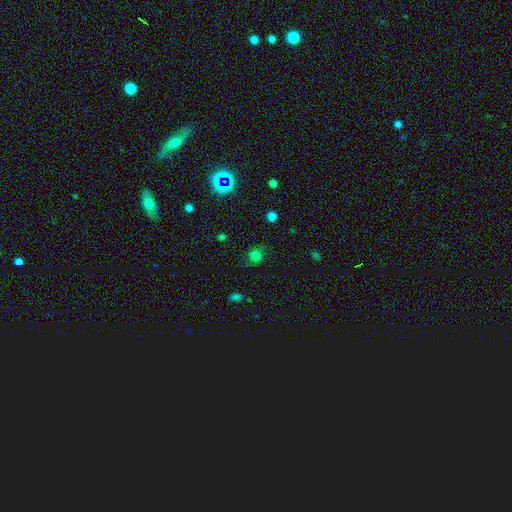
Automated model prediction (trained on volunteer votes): smooth 70%, star or artifact 21%, featured or disk 9%. Down the decision tree: how rounded — round (73%); merging — none (71%).